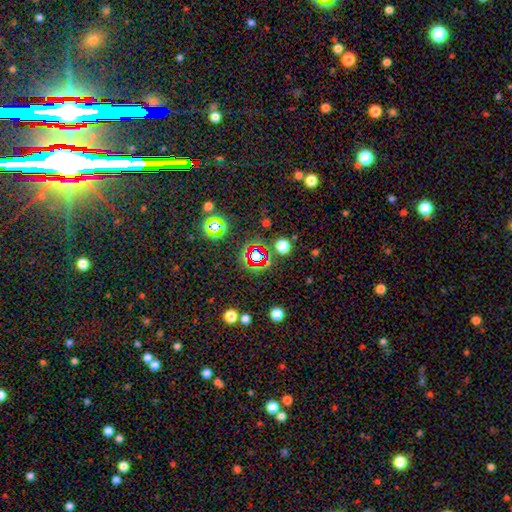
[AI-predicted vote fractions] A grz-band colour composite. It shows a star or artifact, not a galaxy (64%).